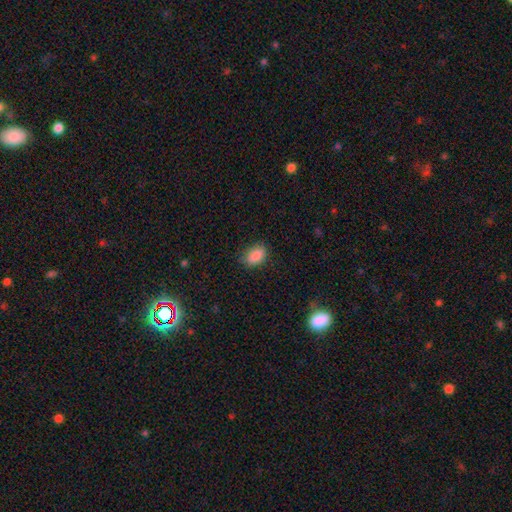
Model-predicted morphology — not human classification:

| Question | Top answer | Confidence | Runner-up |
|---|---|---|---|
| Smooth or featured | smooth | 88% | star or artifact (8%) |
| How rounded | in between | 88% | round (10%) |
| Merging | none | 82% | minor disturbance (14%) |